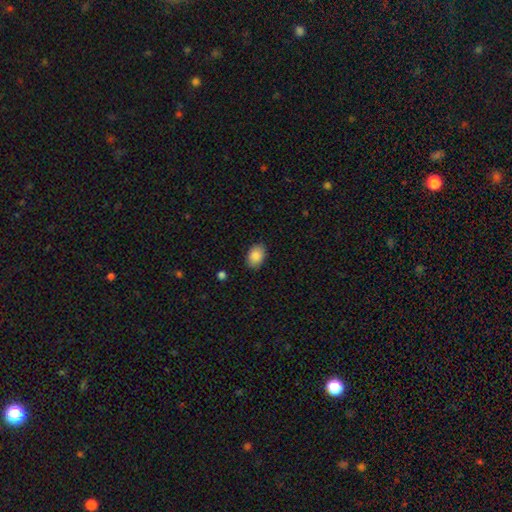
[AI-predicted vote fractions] smooth 88%, star or artifact 7%, featured or disk 4%. Down the decision tree: how rounded — in between (79%); merging — none (87%).